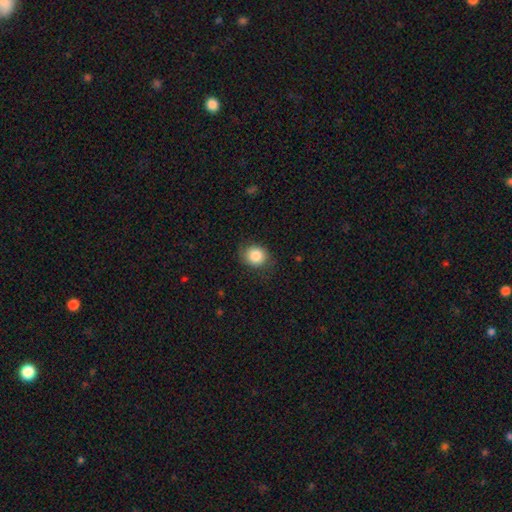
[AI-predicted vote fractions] Overall: smooth (84%). How rounded: round (71%). Merging: none (77%).